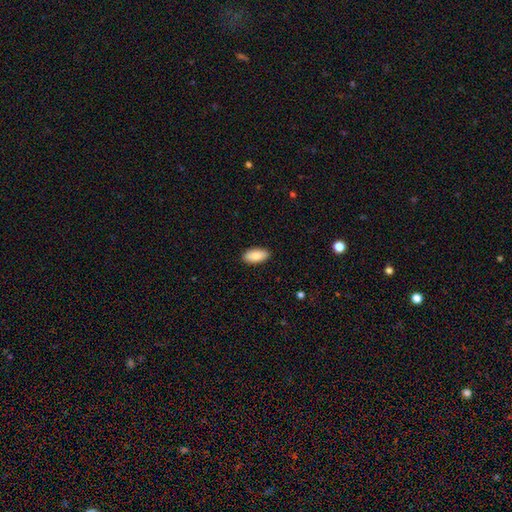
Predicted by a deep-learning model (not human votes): Morphology: type=smooth (88%); roundness=in between (92%); merging=none (89%).